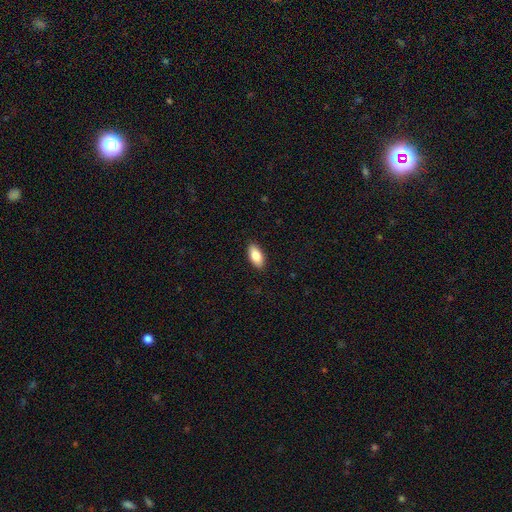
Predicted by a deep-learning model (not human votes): smooth 84%, featured or disk 9%, star or artifact 6%. Down the decision tree: how rounded — in between (91%); merging — none (89%).